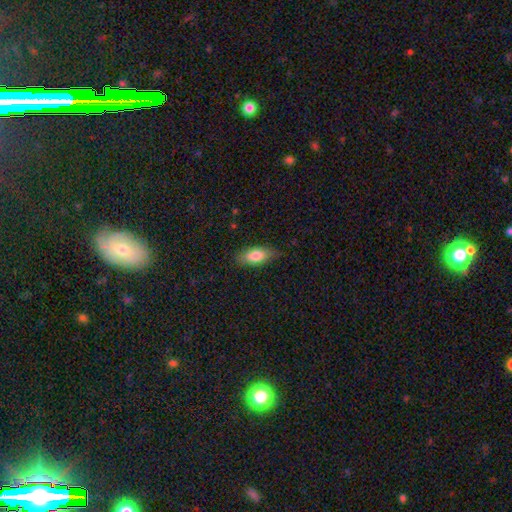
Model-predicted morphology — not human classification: smooth_or_featured: smooth (p=0.77) [alt: featured or disk p=0.16]
how_rounded: in between (p=0.81) [alt: cigar-shaped p=0.16]
merging: none (p=0.77) [alt: minor disturbance p=0.18]